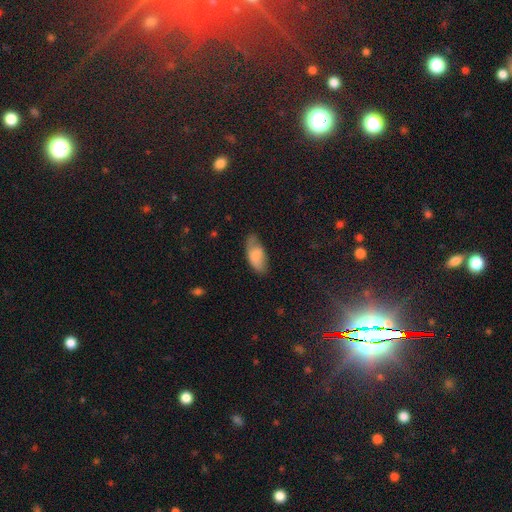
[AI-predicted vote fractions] smooth-or-featured: smooth: 78% | featured or disk: 14% | star or artifact: 7%
  how-rounded: in between: 90% | cigar-shaped: 7% | round: 2%
  merging: none: 56% | minor disturbance: 32% | major disturbance: 10% | merger: 2%